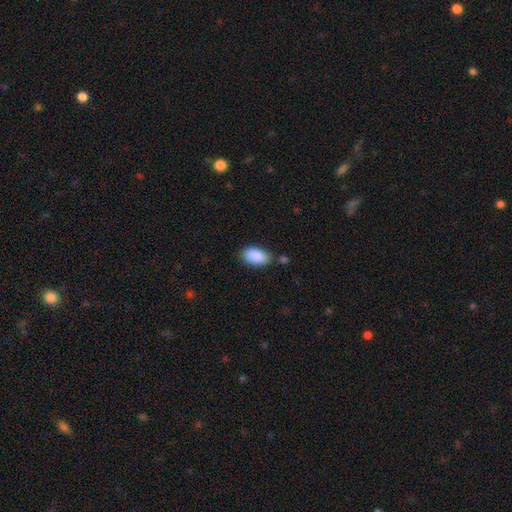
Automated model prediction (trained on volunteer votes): smooth_or_featured: smooth (p=0.89) [alt: star or artifact p=0.06]
how_rounded: in between (p=0.94) [alt: round p=0.04]
merging: none (p=0.71) [alt: minor disturbance p=0.19]